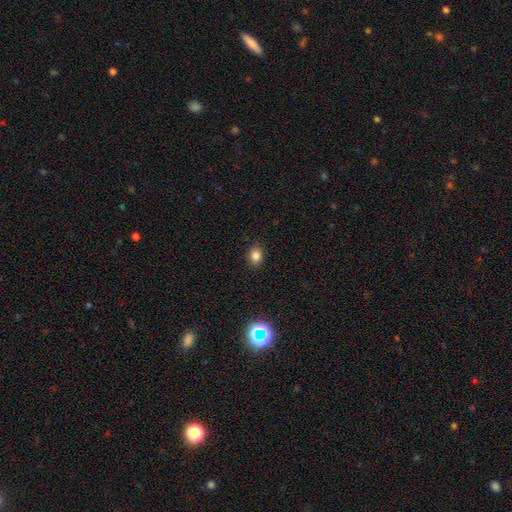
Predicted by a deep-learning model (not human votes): A smooth galaxy with no disk features (82%) that is round (51%).

Vote fractions:
- Smooth or featured? smooth: 82% / star or artifact: 13% / featured or disk: 5%
- How rounded? round: 51% / in between: 48% / cigar-shaped: 1%
- Merging? none: 89% / minor disturbance: 8% / major disturbance: 2% / merger: 1%